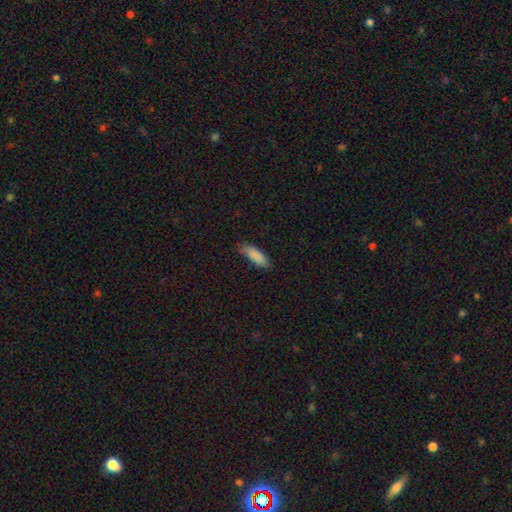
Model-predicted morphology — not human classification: smooth_or_featured: smooth (p=0.88) [alt: star or artifact p=0.07]
how_rounded: in between (p=0.64) [alt: cigar-shaped p=0.34]
merging: none (p=0.73) [alt: minor disturbance p=0.22]